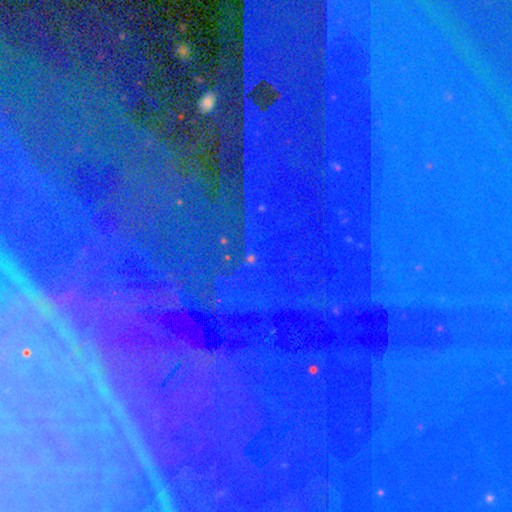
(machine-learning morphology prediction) star or artifact 86%, featured or disk 8%, smooth 7%.